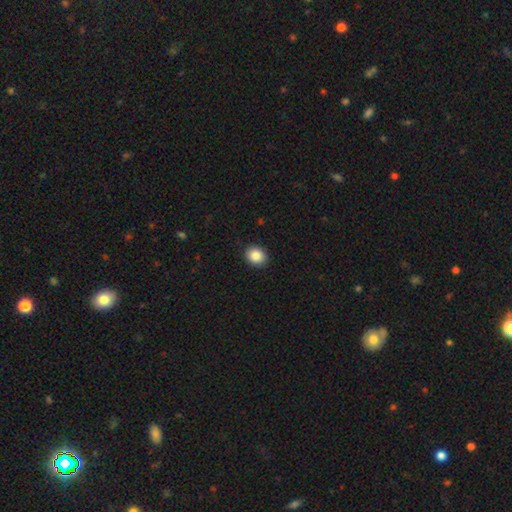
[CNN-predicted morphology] Smooth or featured? Predicted: smooth (p=0.86). How rounded? Predicted: round (p=0.67). Merging? Predicted: none (p=0.92).